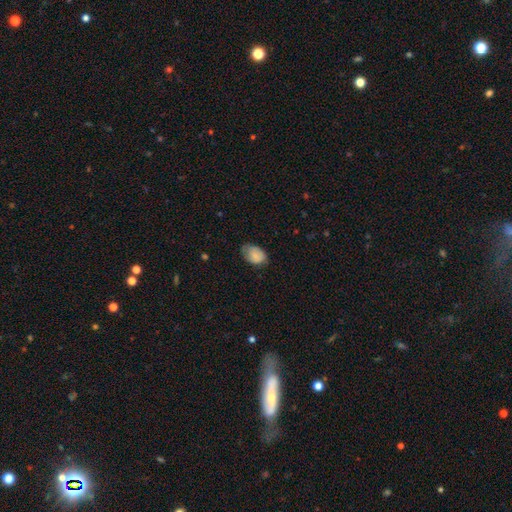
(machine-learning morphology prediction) smooth_or_featured: smooth (p=0.80) [alt: featured or disk p=0.12]
how_rounded: in between (p=0.83) [alt: round p=0.16]
merging: none (p=0.53) [alt: minor disturbance p=0.36]